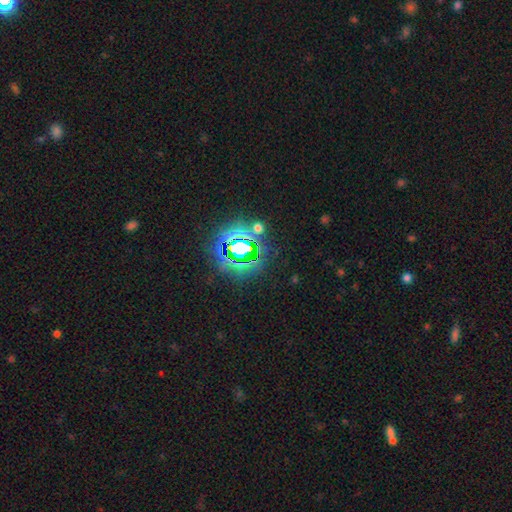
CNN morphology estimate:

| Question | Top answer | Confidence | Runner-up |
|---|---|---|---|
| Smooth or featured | star or artifact | 82% | smooth (12%) |